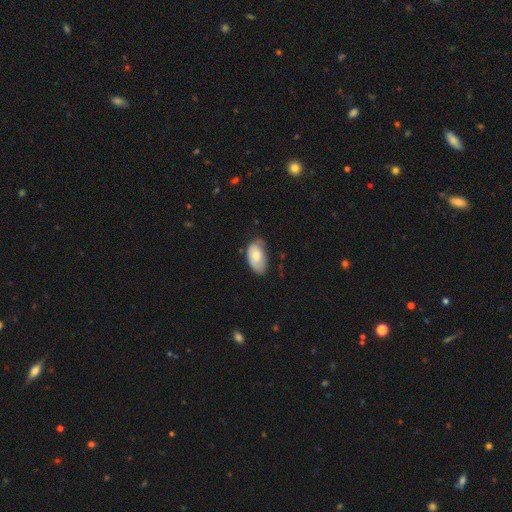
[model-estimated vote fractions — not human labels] This appears to be a smooth galaxy with no disk features (70%) that is in between round and cigar-shaped (95%). Merging: none (52%).